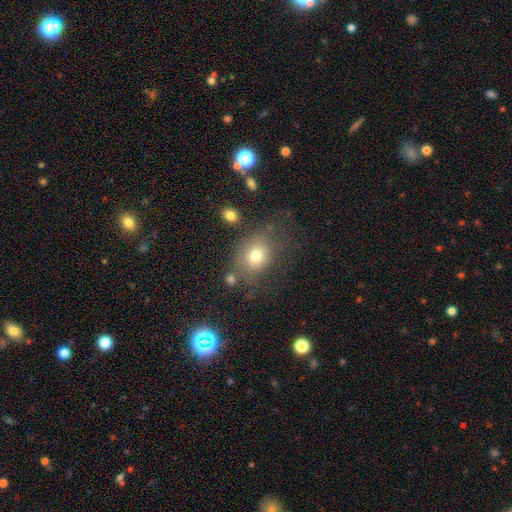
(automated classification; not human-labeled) This appears to be a smooth galaxy with no disk features (73%) that is round (50%). Merging: none (58%).